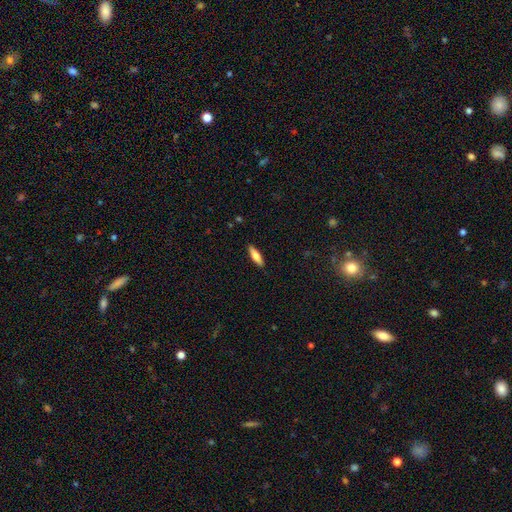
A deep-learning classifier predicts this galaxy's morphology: smooth 67%, featured or disk 27%, star or artifact 6%. Down the decision tree: how rounded — cigar-shaped (60%); merging — none (90%).